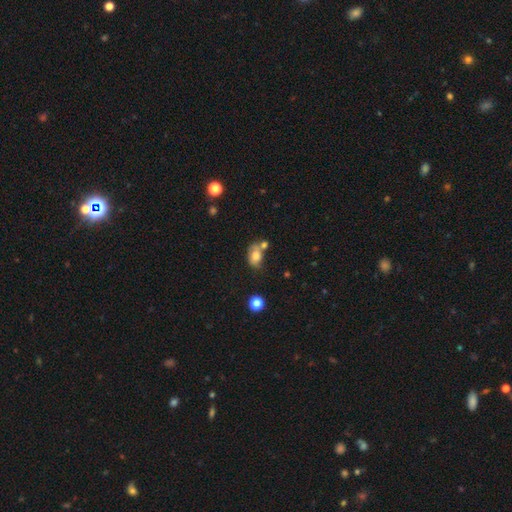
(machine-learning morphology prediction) Q: Smooth or featured?
A: smooth (72%); runner-up: featured or disk (17%)
Q: How rounded?
A: in between (77%); runner-up: round (21%)
Q: Merging?
A: none (40%); runner-up: merger (28%)